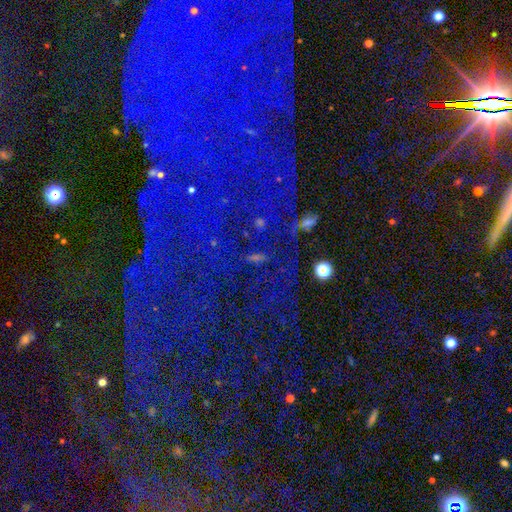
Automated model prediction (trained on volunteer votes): smooth-or-featured: star or artifact: 85% | featured or disk: 8% | smooth: 7%